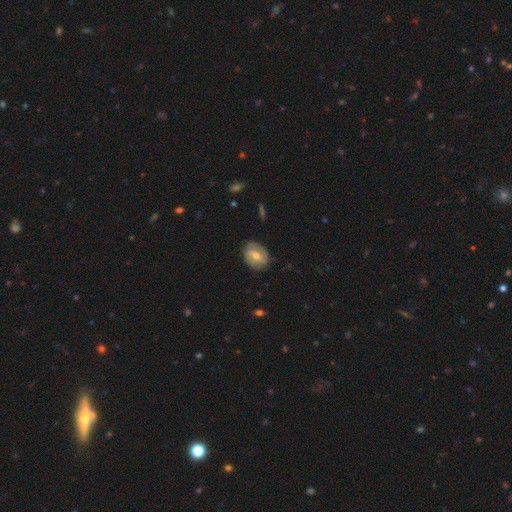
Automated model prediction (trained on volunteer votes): smooth_or_featured: featured or disk (p=0.48) [alt: smooth p=0.45]
merging: none (p=0.78) [alt: minor disturbance p=0.17]